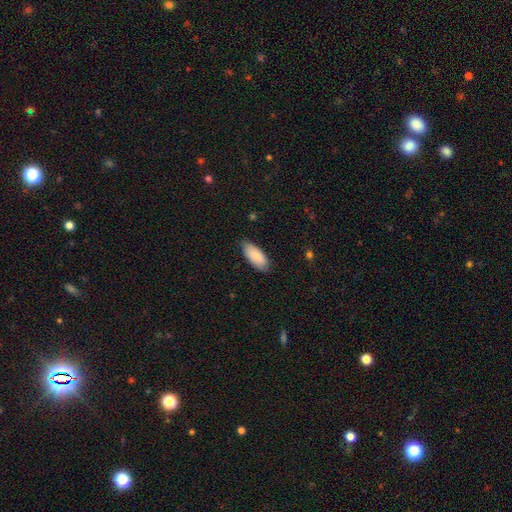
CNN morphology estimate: smooth 86%, featured or disk 8%, star or artifact 6%. Down the decision tree: how rounded — in between (89%); merging — none (78%).